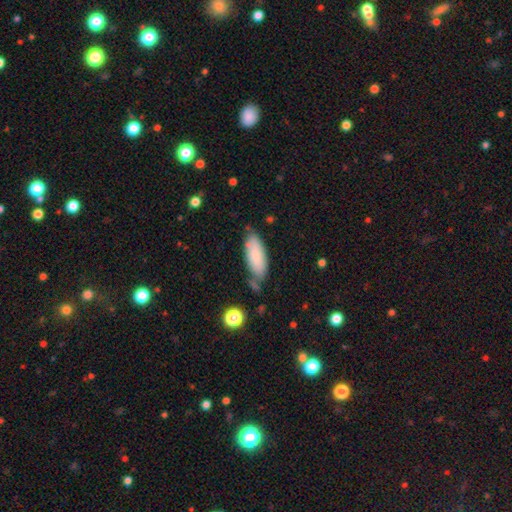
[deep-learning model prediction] Smooth or featured?
  - smooth: 83% *
  - featured or disk: 11%
  - star or artifact: 6%
How rounded?
  - in between: 73% *
  - cigar-shaped: 25%
  - round: 2%
Merging?
  - none: 66% *
  - minor disturbance: 23%
  - merger: 6%
  - major disturbance: 5%